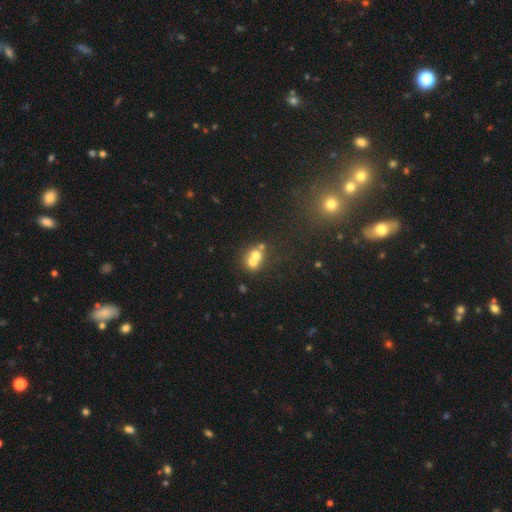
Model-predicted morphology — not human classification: smooth_or_featured: smooth (p=0.61) [alt: featured or disk p=0.26]
how_rounded: round (p=0.75) [alt: in between p=0.24]
merging: merger (p=0.63) [alt: none p=0.28]